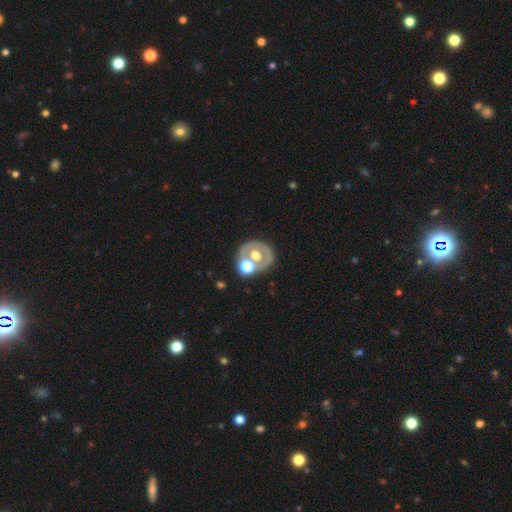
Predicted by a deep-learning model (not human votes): Overall: featured or disk (53%; smooth 37%). Edge-on disk: no (95%). Bar: no (89%). Spiral arms: no (90%). Bulge size: moderate (59%; large 28%). Merging: none (56%; merger 24%).